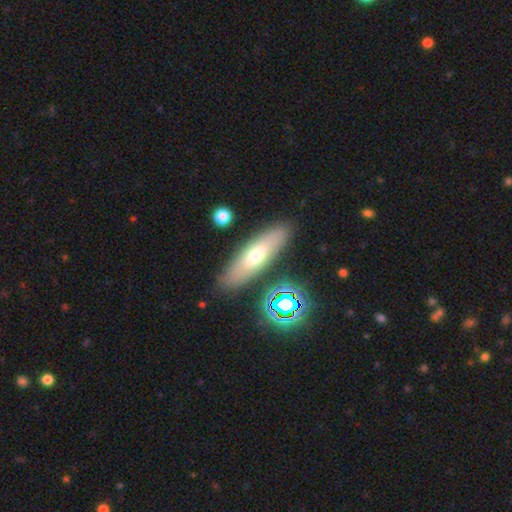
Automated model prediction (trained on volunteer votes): smooth_or_featured: smooth (p=0.56) [alt: featured or disk p=0.34]
how_rounded: cigar-shaped (p=0.58) [alt: in between p=0.39]
merging: none (p=0.86) [alt: minor disturbance p=0.09]